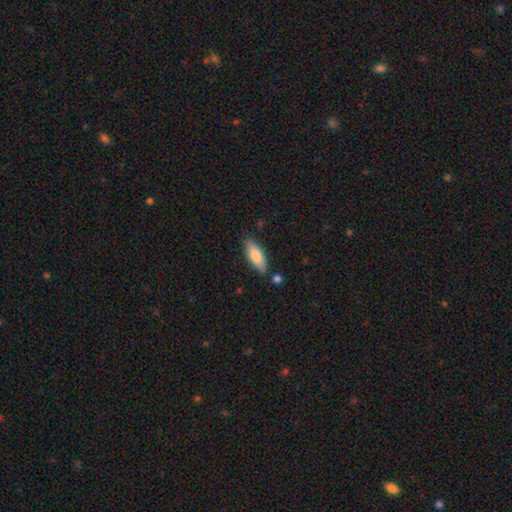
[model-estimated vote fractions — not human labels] A smooth galaxy with no disk features (76%) that is in between round and cigar-shaped (67%).

Vote fractions:
- Smooth or featured? smooth: 76% / featured or disk: 18% / star or artifact: 6%
- How rounded? in between: 67% / cigar-shaped: 31% / round: 2%
- Merging? none: 80% / minor disturbance: 13% / merger: 4% / major disturbance: 2%